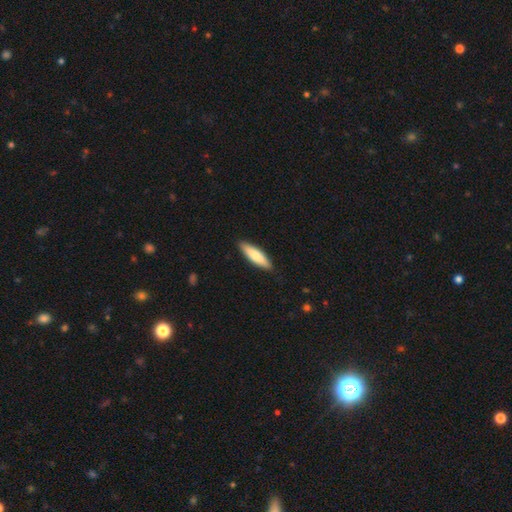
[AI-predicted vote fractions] Morphology: type=smooth (76%); roundness=cigar-shaped (62%); merging=none (89%).